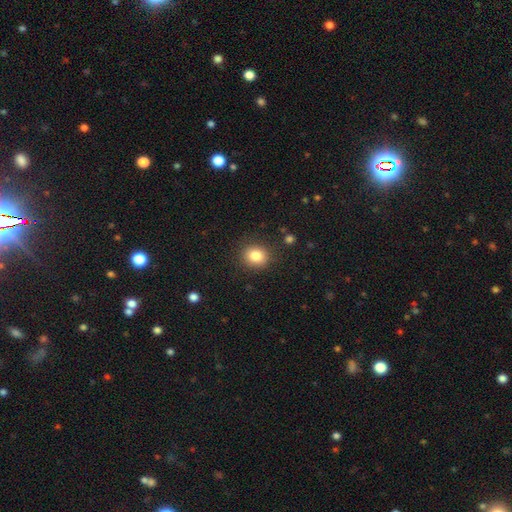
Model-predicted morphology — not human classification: smooth-or-featured: smooth: 84% | star or artifact: 10% | featured or disk: 6%
  how-rounded: round: 73% | in between: 27% | cigar-shaped: 1%
  merging: none: 87% | minor disturbance: 9% | major disturbance: 3% | merger: 1%